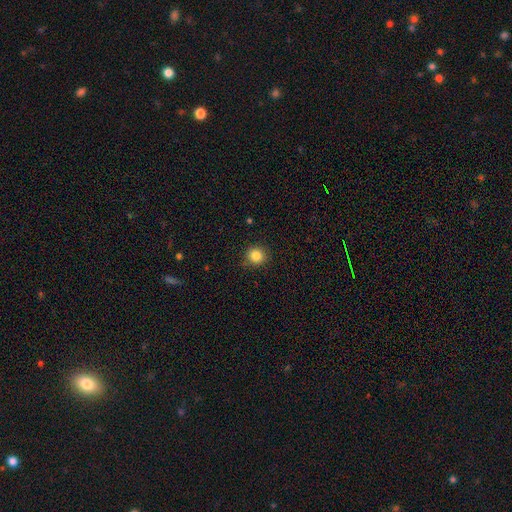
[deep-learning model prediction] Q: Smooth or featured?
A: smooth (84%); runner-up: star or artifact (11%)
Q: How rounded?
A: round (92%); runner-up: in between (8%)
Q: Merging?
A: none (89%); runner-up: minor disturbance (8%)